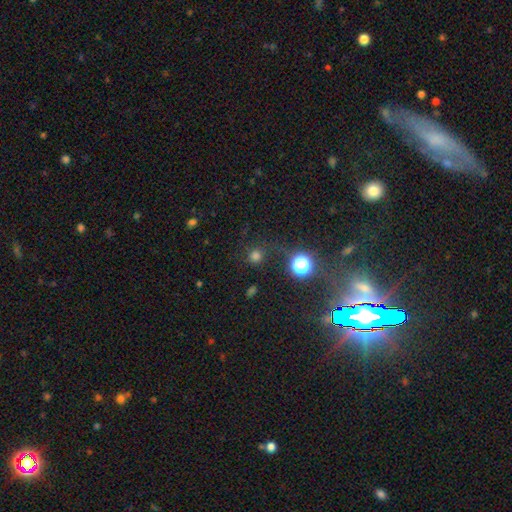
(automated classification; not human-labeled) A smooth galaxy with no disk features (69%) that is round (91%). Merging: none (79%).